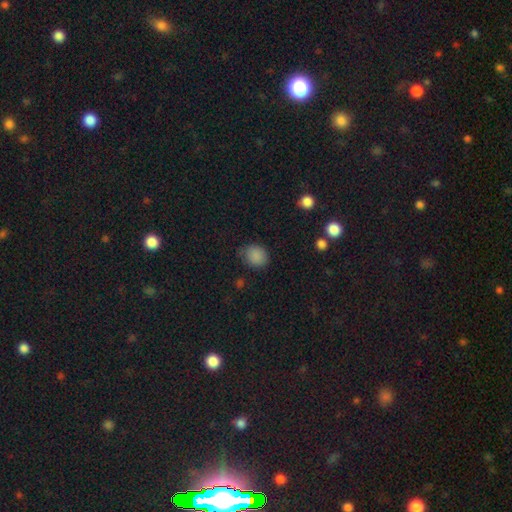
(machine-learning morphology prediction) Overall: smooth (86%). How rounded: round (65%; in between 34%). Merging: none (71%).